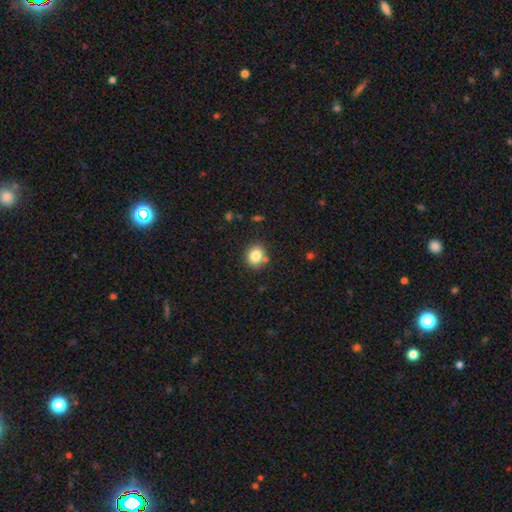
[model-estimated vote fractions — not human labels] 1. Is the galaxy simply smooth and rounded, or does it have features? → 82% smooth, 11% star or artifact, 7% featured or disk.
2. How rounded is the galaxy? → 77% round, 22% in between, 1% cigar-shaped.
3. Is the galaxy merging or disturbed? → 80% none, 11% minor disturbance, 7% merger, 3% major disturbance.